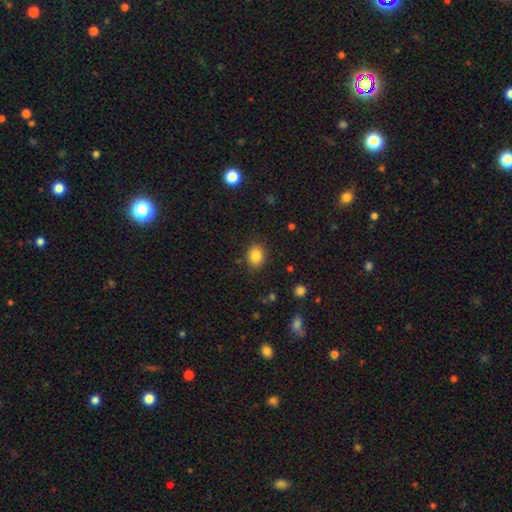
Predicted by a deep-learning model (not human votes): Smooth or featured?
  - smooth: 85% *
  - star or artifact: 10%
  - featured or disk: 5%
How rounded?
  - round: 53% *
  - in between: 46%
  - cigar-shaped: 1%
Merging?
  - none: 86% *
  - minor disturbance: 9%
  - major disturbance: 3%
  - merger: 1%